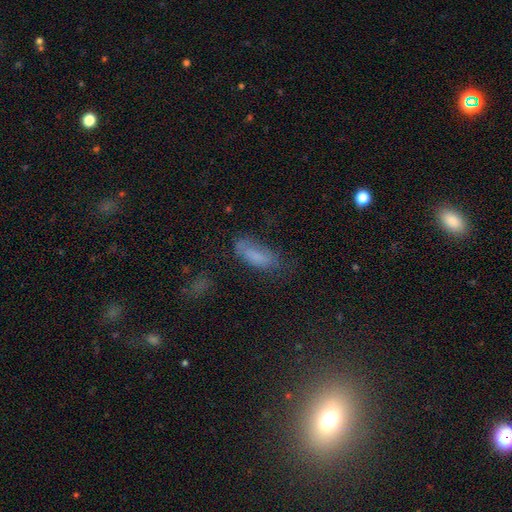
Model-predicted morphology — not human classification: smooth 71%, featured or disk 16%, star or artifact 13%. Down the decision tree: how rounded — in between (75%); merging — none (48%).